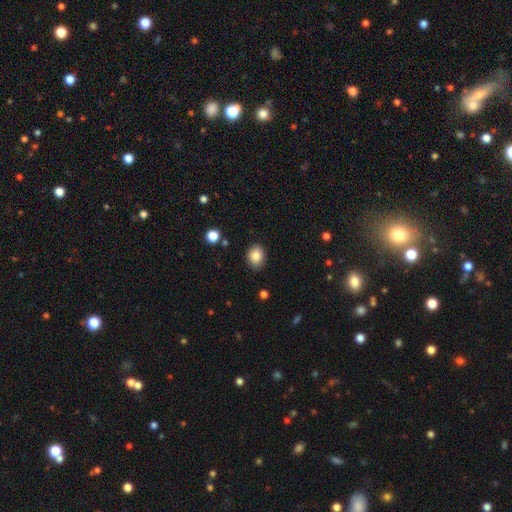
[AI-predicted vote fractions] This appears to be a smooth galaxy with no disk features (86%) that is in between round and cigar-shaped (51%). Merging: none (87%).